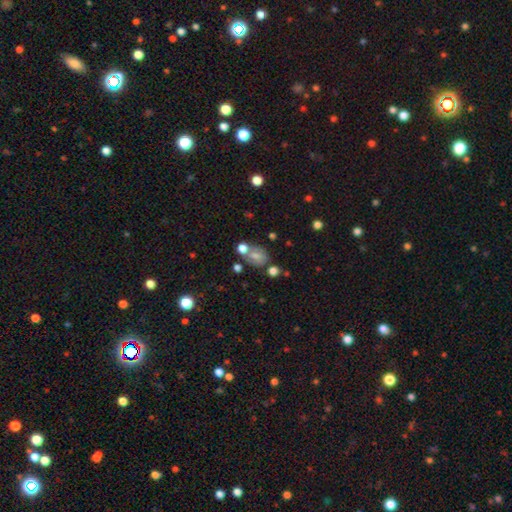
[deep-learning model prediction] A smooth galaxy with no disk features (59%) that is in between round and cigar-shaped (51%).

Vote fractions:
- Smooth or featured? smooth: 59% / featured or disk: 28% / star or artifact: 13%
- How rounded? in between: 51% / round: 47% / cigar-shaped: 1%
- Merging? none: 51% / merger: 24% / minor disturbance: 17% / major disturbance: 8%